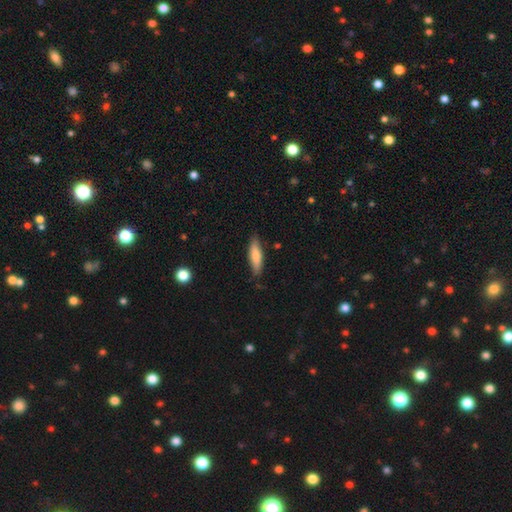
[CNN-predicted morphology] A smooth galaxy with no disk features (79%) that is cigar-shaped (63%). Merging: none (81%).